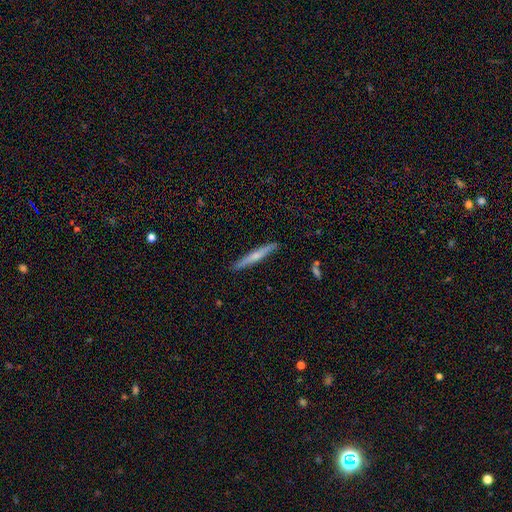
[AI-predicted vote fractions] This appears to be a smooth galaxy with no disk features (51%) that is cigar-shaped (95%). Merging: none (90%).